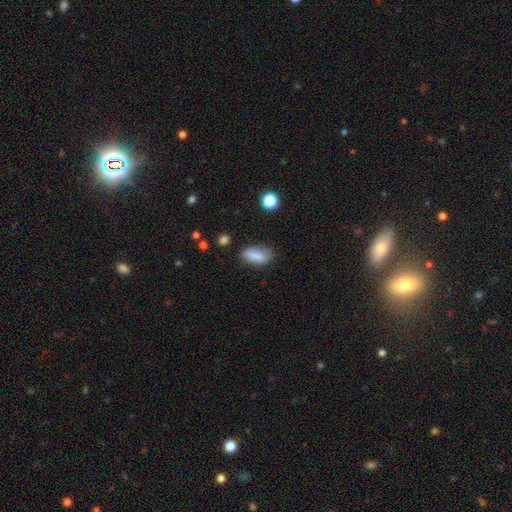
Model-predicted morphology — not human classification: This is clearly a smooth galaxy (81%). How rounded: clearly in between (81%). Merging: likely none (74%).